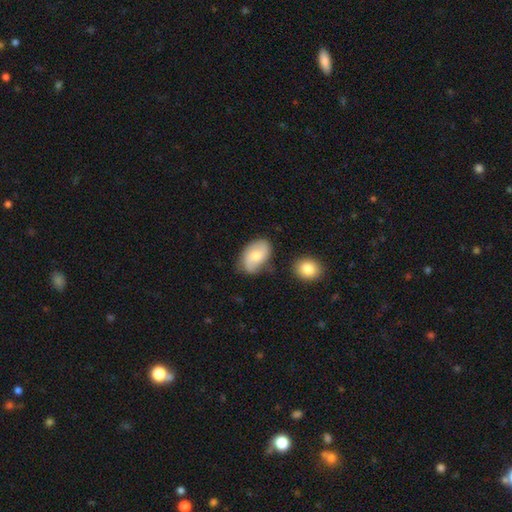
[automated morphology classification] smooth-or-featured: smooth: 47% | featured or disk: 46% | star or artifact: 7%
  merging: none: 67% | minor disturbance: 21% | merger: 6% | major disturbance: 6%